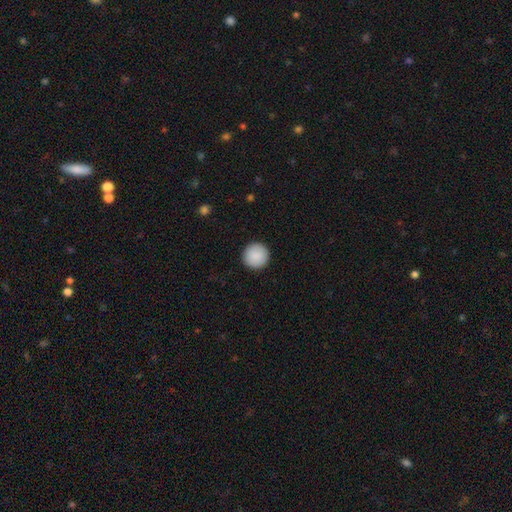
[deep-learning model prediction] smooth_or_featured: smooth (p=0.90) [alt: star or artifact p=0.07]
how_rounded: round (p=0.97) [alt: in between p=0.02]
merging: none (p=0.93) [alt: minor disturbance p=0.04]